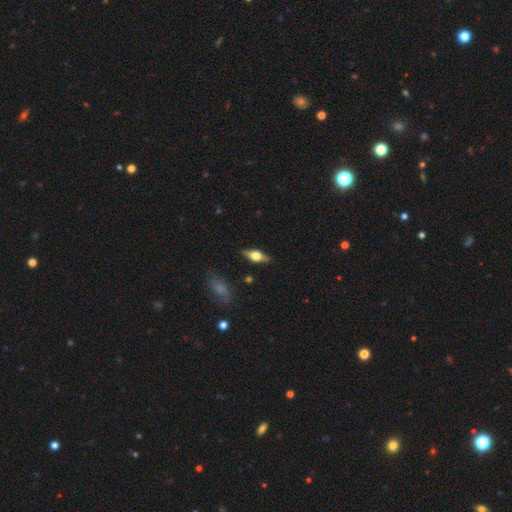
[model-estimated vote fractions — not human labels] Smooth or featured: featured or disk — 61% (smooth — 33%)
Edge-on disk: yes — 93% (no — 7%)
Edge-on bulge: rounded — 94% (boxy — 5%)
Merging: none — 86% (minor disturbance — 10%)